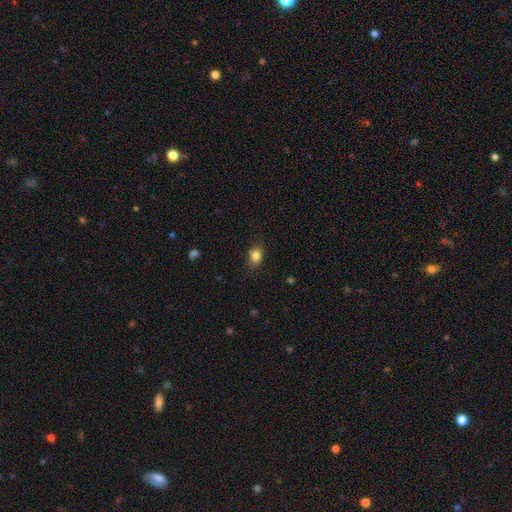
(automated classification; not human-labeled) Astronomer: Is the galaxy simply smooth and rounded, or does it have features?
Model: smooth — 83%.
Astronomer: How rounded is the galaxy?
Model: in between — 59% (runner-up: round, 40%).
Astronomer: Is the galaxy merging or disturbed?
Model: none — 82%.